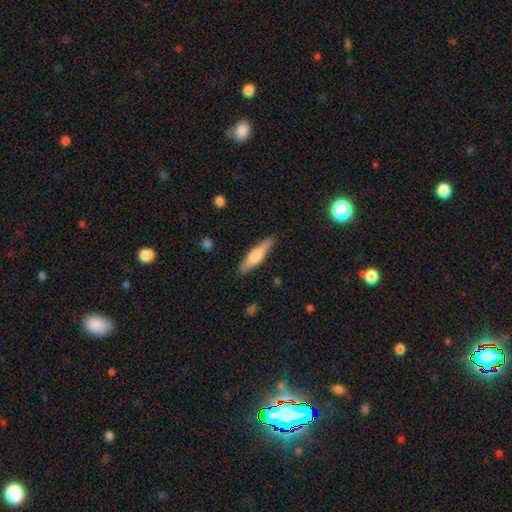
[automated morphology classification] Smooth or featured: smooth — 57% (featured or disk — 37%)
How rounded: cigar-shaped — 76% (in between — 22%)
Merging: none — 88% (minor disturbance — 9%)